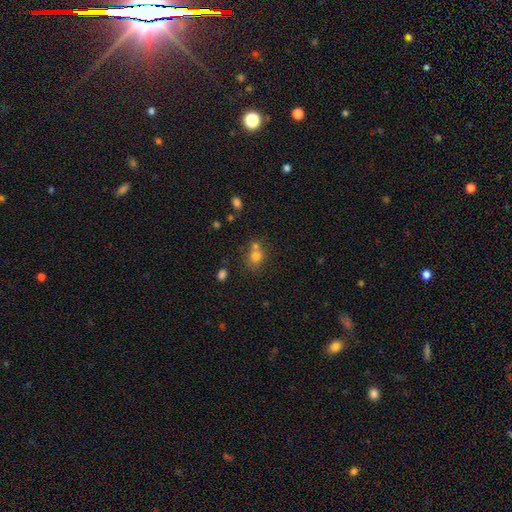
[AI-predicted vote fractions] A smooth galaxy with no disk features (74%) that is round (71%).

Vote fractions:
- Smooth or featured? smooth: 74% / star or artifact: 15% / featured or disk: 11%
- How rounded? round: 71% / in between: 28% / cigar-shaped: 1%
- Merging? none: 48% / merger: 37% / minor disturbance: 11% / major disturbance: 4%